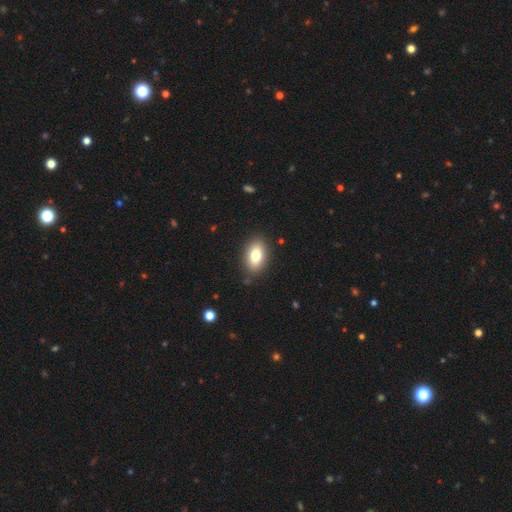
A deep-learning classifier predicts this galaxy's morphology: type=smooth (78%); roundness=in between (88%); merging=none (86%).